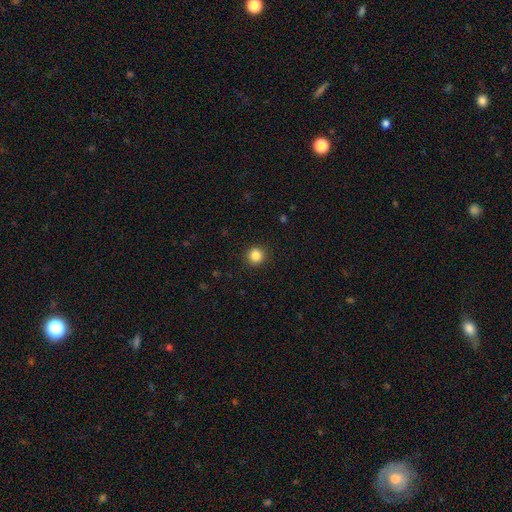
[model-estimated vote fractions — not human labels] Smooth or featured? Predicted: smooth (p=0.85). How rounded? Predicted: round (p=0.94). Merging? Predicted: none (p=0.91).